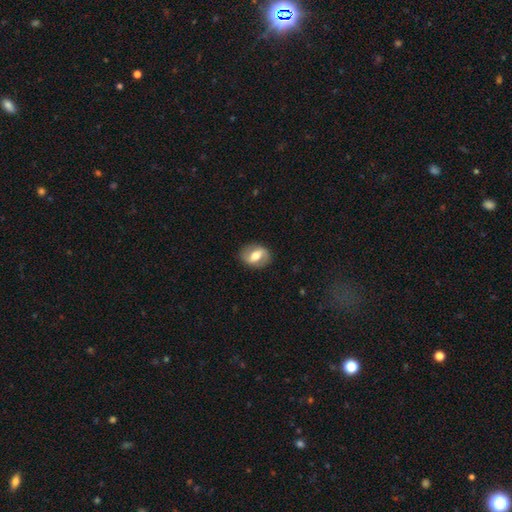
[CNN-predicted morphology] smooth_or_featured: featured or disk (p=0.56) [alt: smooth p=0.37]
disk_edge_on: no (p=0.94) [alt: yes p=0.06]
bar: strong (p=0.41) [alt: weak p=0.38]
has_spiral_arms: yes (p=0.65) [alt: no p=0.35]
bulge_size: moderate (p=0.63) [alt: large p=0.23]
merging: none (p=0.84) [alt: minor disturbance p=0.11]